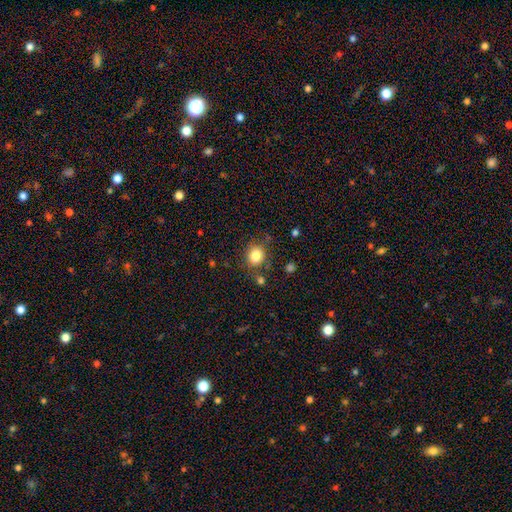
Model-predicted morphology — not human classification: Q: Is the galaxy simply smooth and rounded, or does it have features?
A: smooth — 83%.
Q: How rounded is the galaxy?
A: round — 78%.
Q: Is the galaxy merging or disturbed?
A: none — 80%.